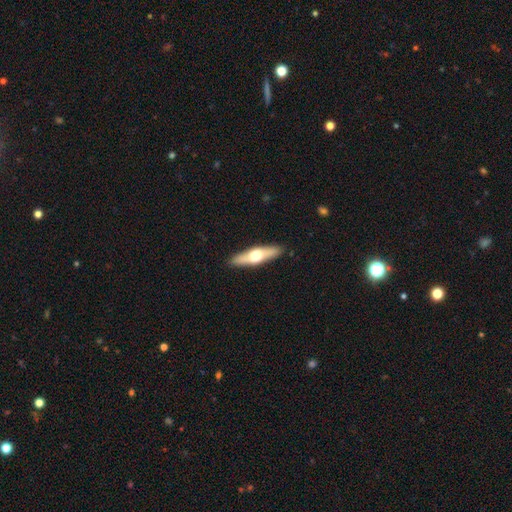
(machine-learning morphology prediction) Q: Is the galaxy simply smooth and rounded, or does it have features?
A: featured or disk — 50%.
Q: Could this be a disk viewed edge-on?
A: yes — 88%.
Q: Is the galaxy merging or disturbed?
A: none — 90%.